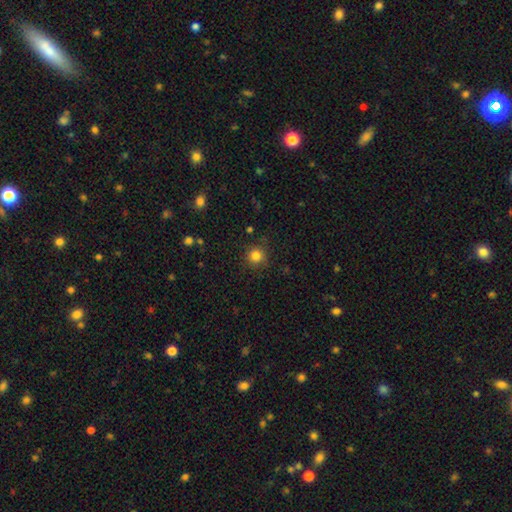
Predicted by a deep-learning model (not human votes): Smooth or featured?
  - smooth: 83% *
  - star or artifact: 12%
  - featured or disk: 5%
How rounded?
  - round: 94% *
  - in between: 5%
  - cigar-shaped: 1%
Merging?
  - none: 85% *
  - minor disturbance: 10%
  - major disturbance: 3%
  - merger: 1%